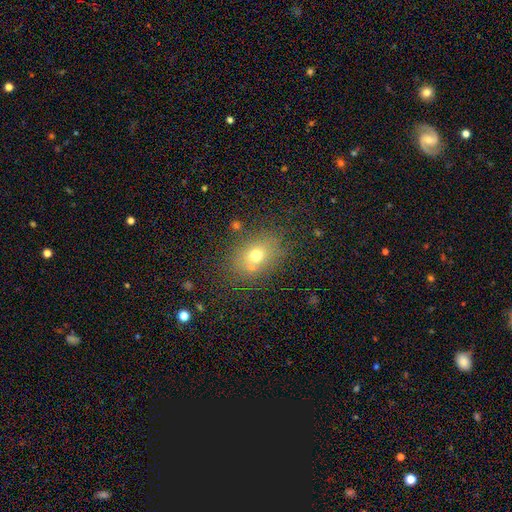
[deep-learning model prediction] Smooth or featured? Predicted: smooth (p=0.68). How rounded? Predicted: in between (p=0.60). Merging? Predicted: none (p=0.73).